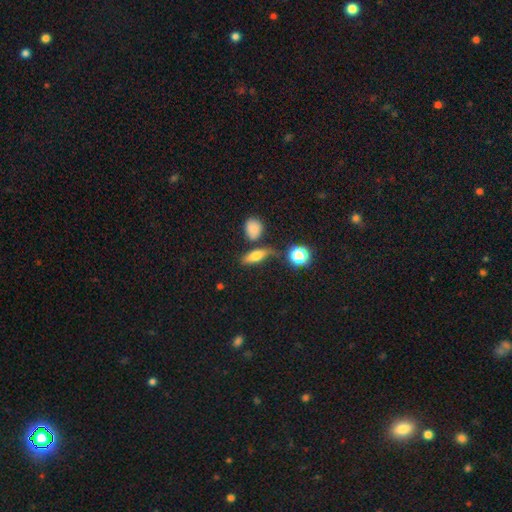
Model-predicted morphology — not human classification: This appears to be a smooth galaxy with no disk features (67%) that is in between round and cigar-shaped (58%). Merging: none (58%).